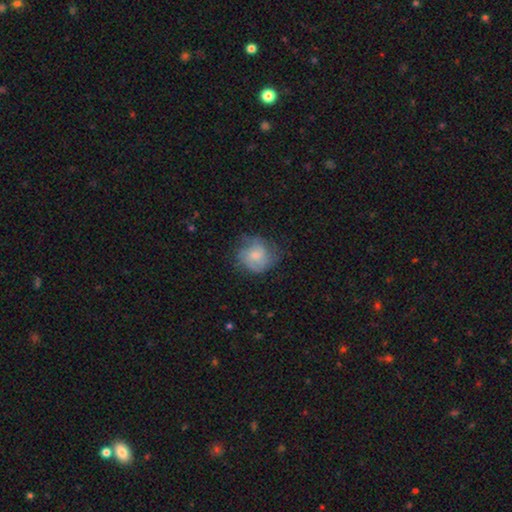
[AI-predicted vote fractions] This appears to be a featured or disk galaxy (48%). Merging: none (62%).